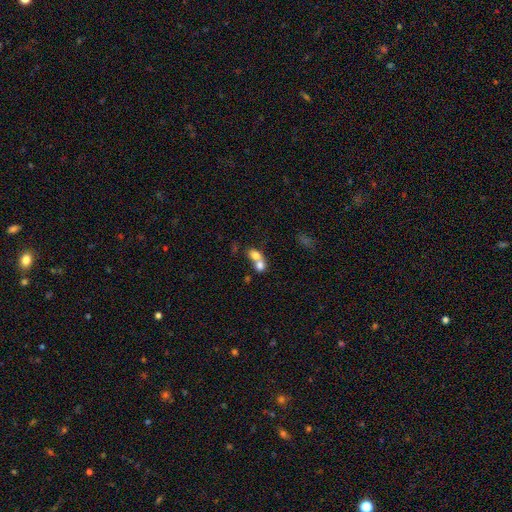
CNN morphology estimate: Overall: smooth (72%). How rounded: round (50%; in between 48%). Merging: merger (74%).